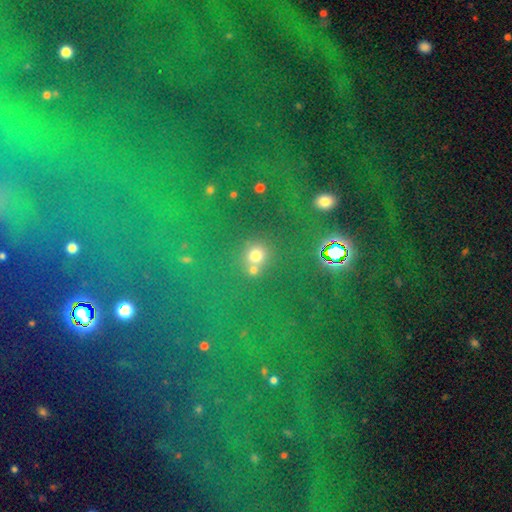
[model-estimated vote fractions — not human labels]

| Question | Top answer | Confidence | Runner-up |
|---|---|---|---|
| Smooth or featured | smooth | 64% | star or artifact (28%) |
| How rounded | round | 85% | in between (14%) |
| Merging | none | 62% | merger (23%) |